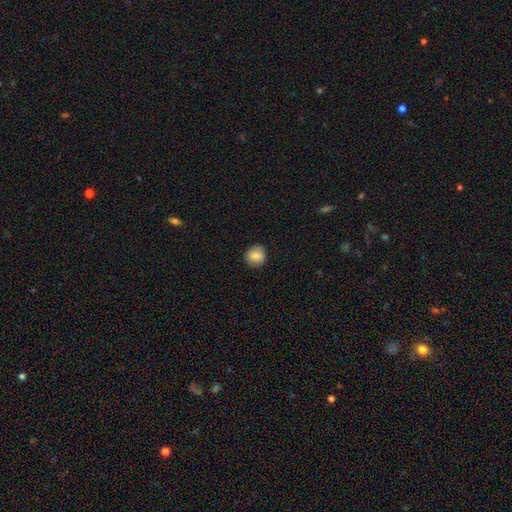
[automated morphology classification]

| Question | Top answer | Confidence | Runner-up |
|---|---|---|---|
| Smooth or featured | smooth | 83% | star or artifact (8%) |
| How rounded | round | 86% | in between (13%) |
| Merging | none | 88% | minor disturbance (9%) |